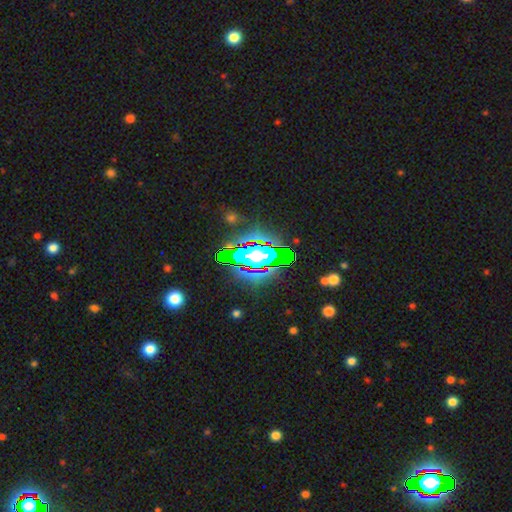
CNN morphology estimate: type=star or artifact (56%).